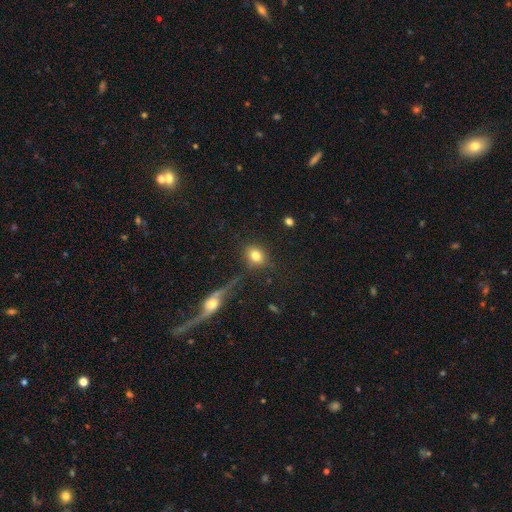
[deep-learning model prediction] Morphology: type=smooth (78%); roundness=round (53%); merging=none (77%).